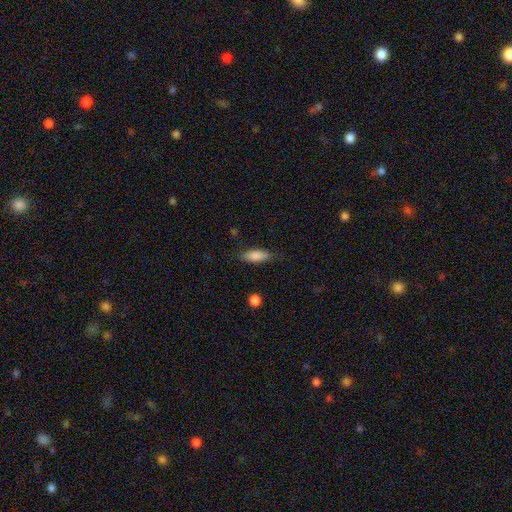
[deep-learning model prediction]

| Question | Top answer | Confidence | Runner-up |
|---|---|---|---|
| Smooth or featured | smooth | 85% | featured or disk (9%) |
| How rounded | in between | 72% | cigar-shaped (26%) |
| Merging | none | 80% | minor disturbance (14%) |